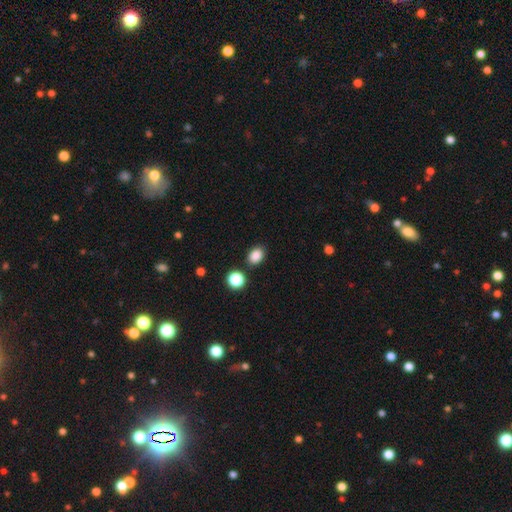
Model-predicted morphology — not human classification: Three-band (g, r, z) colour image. It shows a smooth galaxy with no disk features (86%) that is in between round and cigar-shaped (64%). Merging: none (83%).